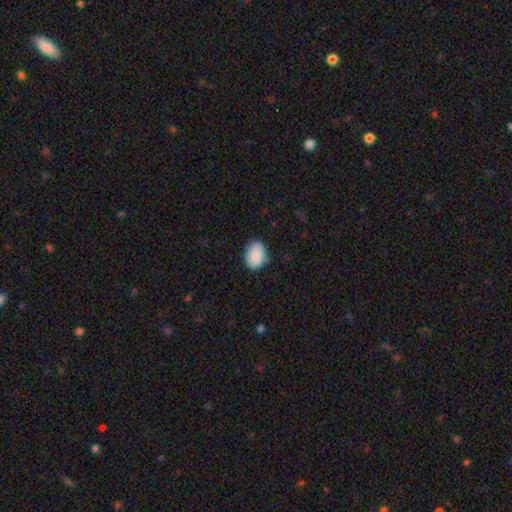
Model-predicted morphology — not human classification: Smooth or featured? smooth (86%)
How rounded? in between (82%)
Merging? none (82%)